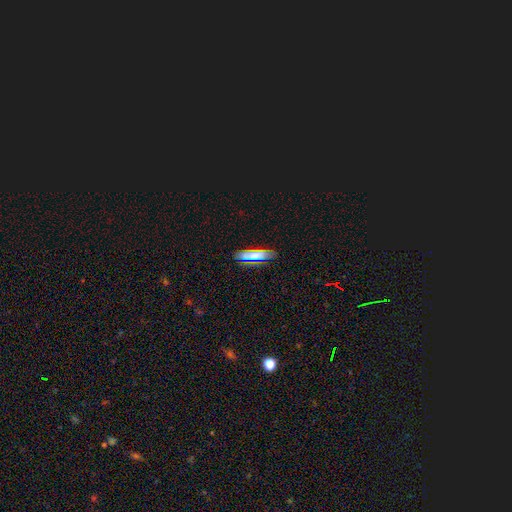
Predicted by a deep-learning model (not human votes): A smooth galaxy with no disk features (70%) that is cigar-shaped (54%).

Vote fractions:
- Smooth or featured? smooth: 70% / featured or disk: 17% / star or artifact: 13%
- How rounded? cigar-shaped: 54% / in between: 43% / round: 3%
- Merging? none: 81% / minor disturbance: 15% / major disturbance: 3% / merger: 2%